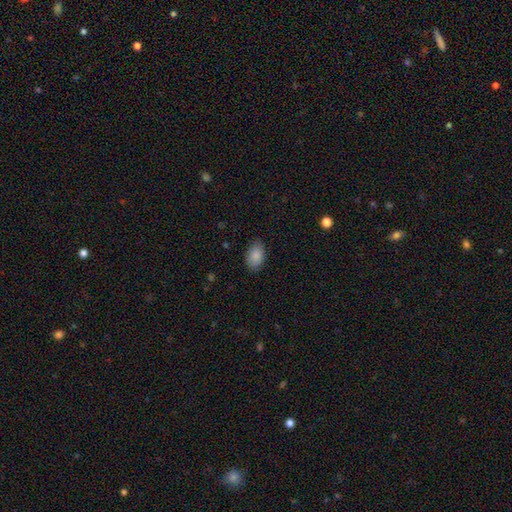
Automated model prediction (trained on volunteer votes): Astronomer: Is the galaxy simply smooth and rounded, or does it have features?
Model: smooth — 87%.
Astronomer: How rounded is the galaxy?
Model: in between — 90%.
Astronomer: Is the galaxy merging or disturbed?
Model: none — 85%.